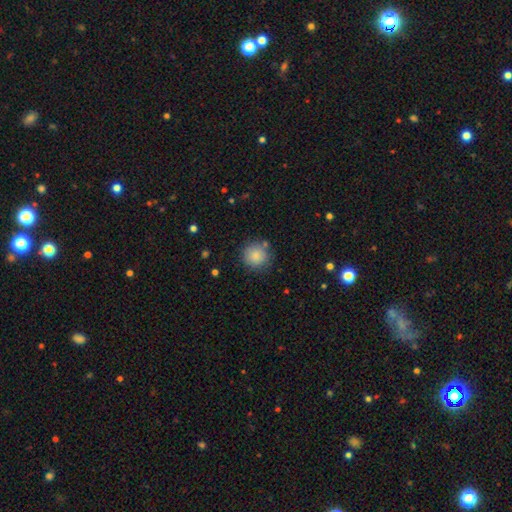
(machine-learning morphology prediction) Q: Smooth or featured?
A: smooth (86%); runner-up: star or artifact (9%)
Q: How rounded?
A: round (94%); runner-up: in between (5%)
Q: Merging?
A: none (82%); runner-up: minor disturbance (11%)